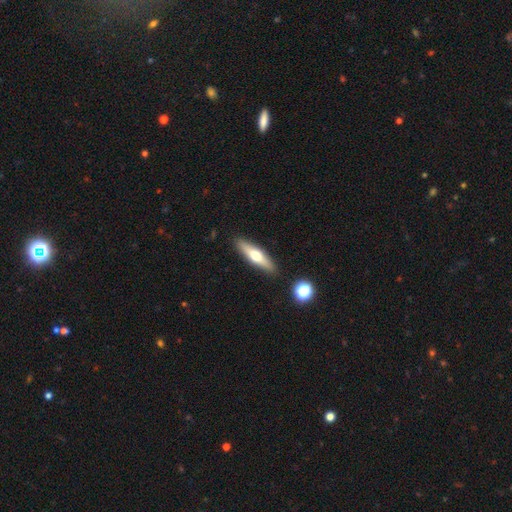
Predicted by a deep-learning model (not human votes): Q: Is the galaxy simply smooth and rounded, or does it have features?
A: smooth — 47%.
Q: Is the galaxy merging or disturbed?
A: none — 89%.